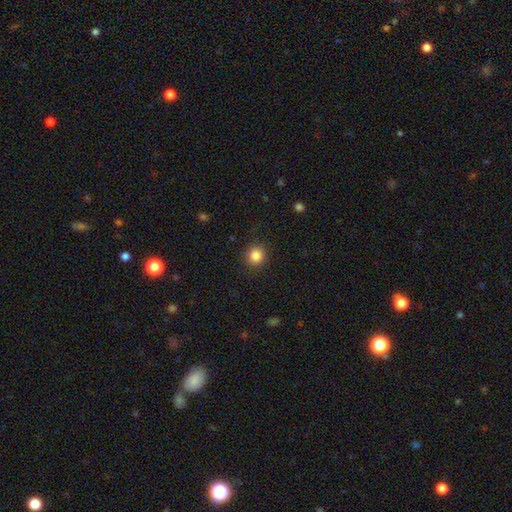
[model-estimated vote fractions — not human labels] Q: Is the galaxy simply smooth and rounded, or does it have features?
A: smooth — 86%.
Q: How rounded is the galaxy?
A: round — 89%.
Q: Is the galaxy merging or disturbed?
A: none — 89%.